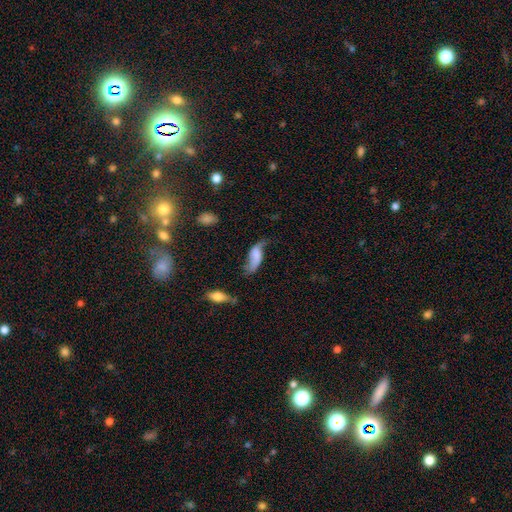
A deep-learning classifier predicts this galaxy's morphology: type=featured or disk (54%); edge-on=no (88%); merging=none (44%).